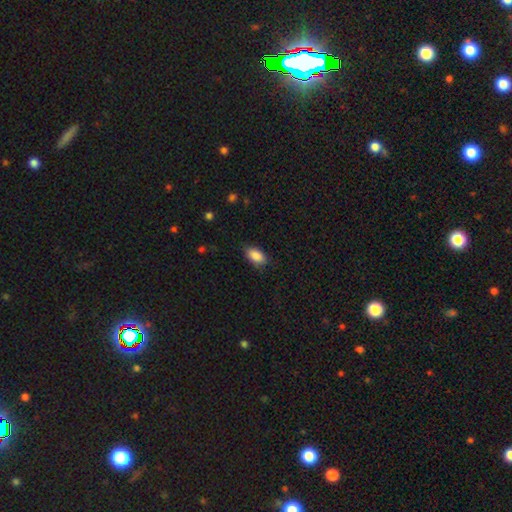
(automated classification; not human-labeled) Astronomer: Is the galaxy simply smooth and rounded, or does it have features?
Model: smooth — 89%.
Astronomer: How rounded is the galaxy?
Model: in between — 92%.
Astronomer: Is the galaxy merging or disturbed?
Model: none — 81%.